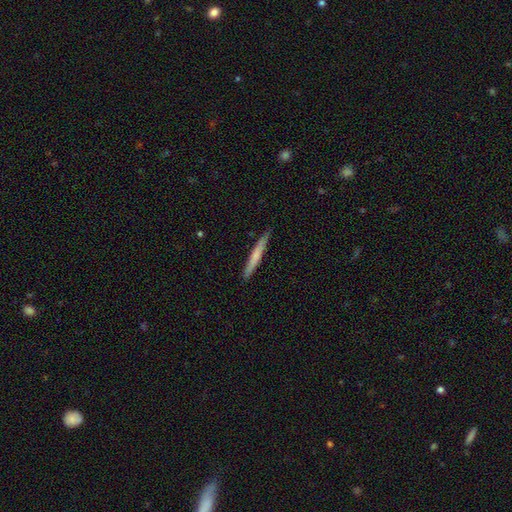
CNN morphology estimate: Overall: smooth (61%; featured or disk 34%). How rounded: cigar-shaped (96%). Merging: none (89%).